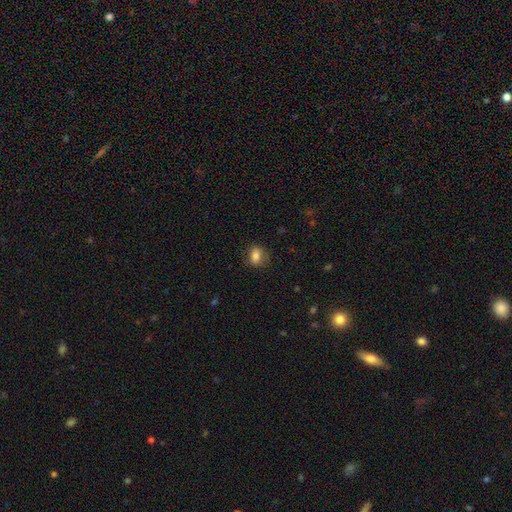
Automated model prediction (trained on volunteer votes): Smooth or featured? Predicted: smooth (p=0.79). How rounded? Predicted: in between (p=0.56). Merging? Predicted: none (p=0.74).